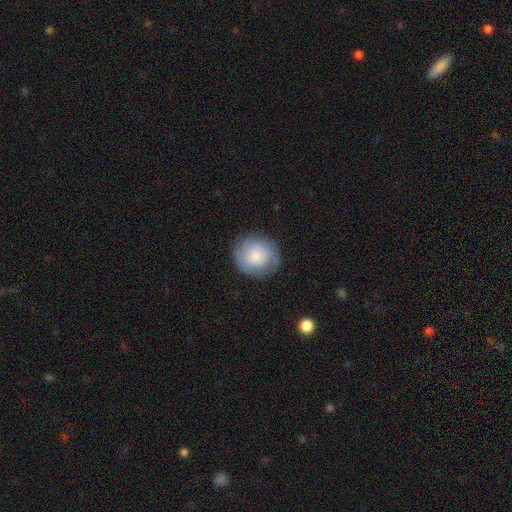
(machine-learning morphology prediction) smooth_or_featured: smooth (p=0.69) [alt: featured or disk p=0.24]
how_rounded: round (p=0.91) [alt: in between p=0.08]
merging: none (p=0.80) [alt: minor disturbance p=0.14]